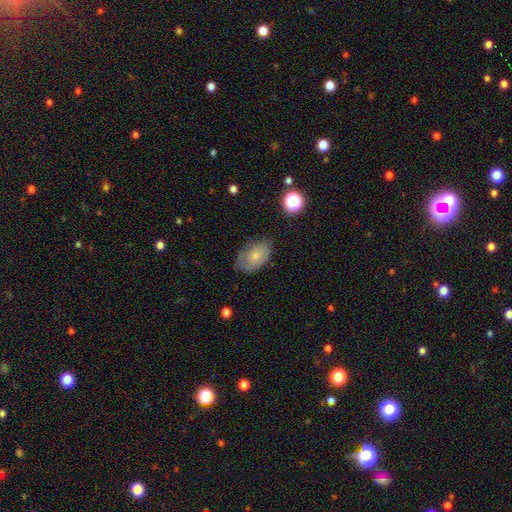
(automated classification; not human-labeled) smooth 73%, featured or disk 18%, star or artifact 9%. Down the decision tree: how rounded — in between (89%); merging — none (72%).